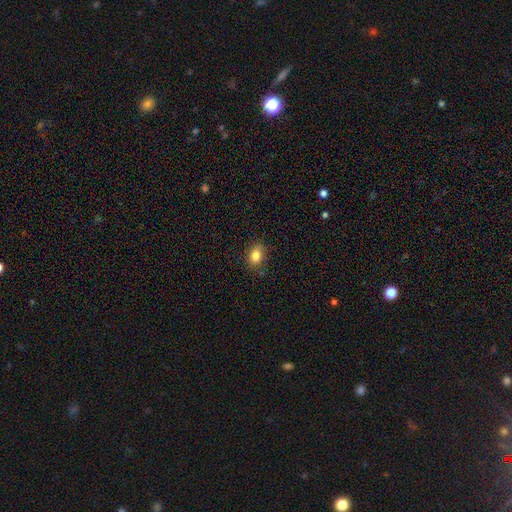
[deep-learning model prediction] smooth_or_featured: smooth (p=0.84) [alt: star or artifact p=0.09]
how_rounded: in between (p=0.74) [alt: round p=0.25]
merging: none (p=0.82) [alt: minor disturbance p=0.13]